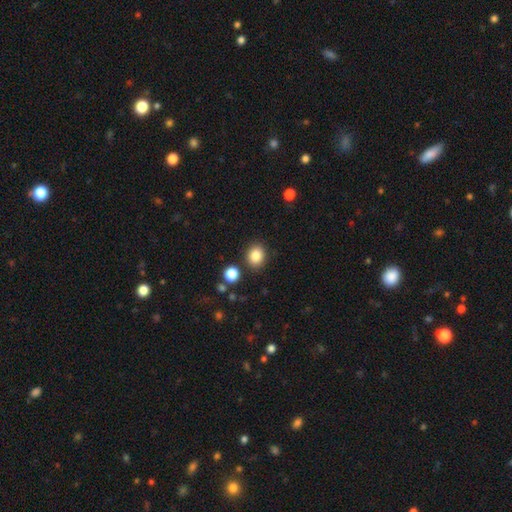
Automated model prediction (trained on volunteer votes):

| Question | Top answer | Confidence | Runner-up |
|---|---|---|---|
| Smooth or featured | smooth | 84% | star or artifact (10%) |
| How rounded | round | 70% | in between (29%) |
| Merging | none | 86% | minor disturbance (7%) |